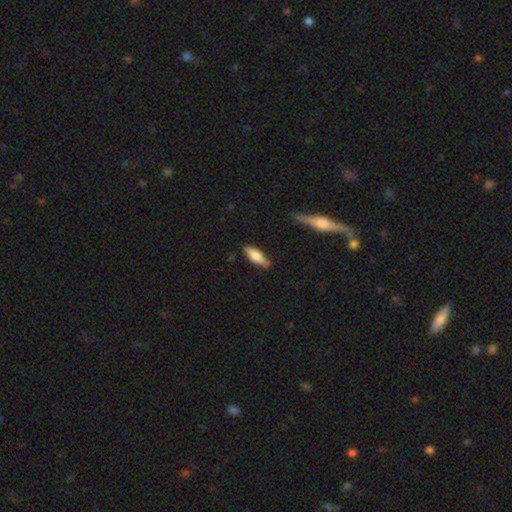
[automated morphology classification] Overall: smooth (60%; featured or disk 34%). How rounded: in between (51%; cigar-shaped 47%). Merging: none (81%).